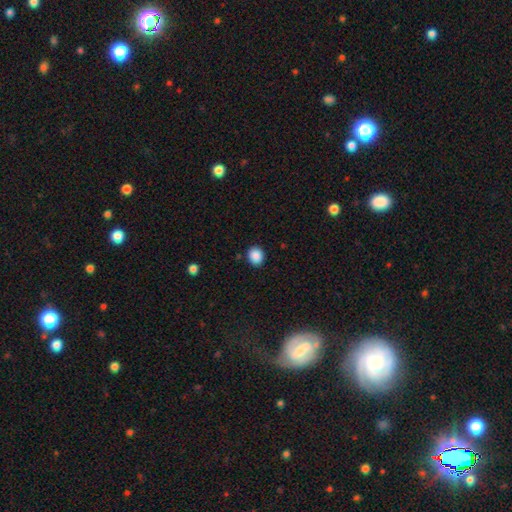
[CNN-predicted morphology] The model was most divided on "how rounded": round: 73%, in between: 26%, cigar-shaped: 1%. More confident: merging — none (89%); smooth or featured — smooth (88%).